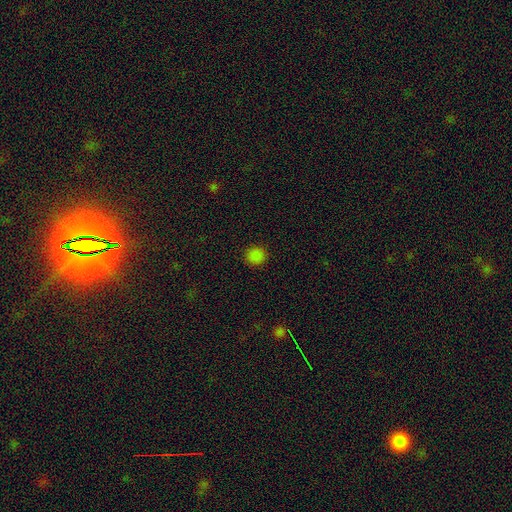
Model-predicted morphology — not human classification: type=smooth (85%); roundness=round (93%); merging=none (92%).